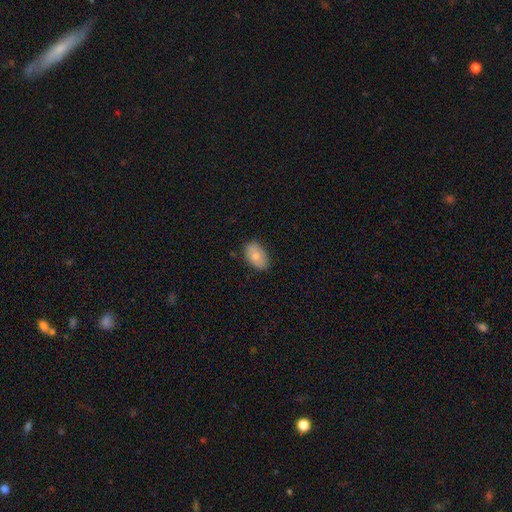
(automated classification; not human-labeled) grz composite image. It shows a smooth galaxy with no disk features (77%) that is in between round and cigar-shaped (89%). Merging: none (82%).